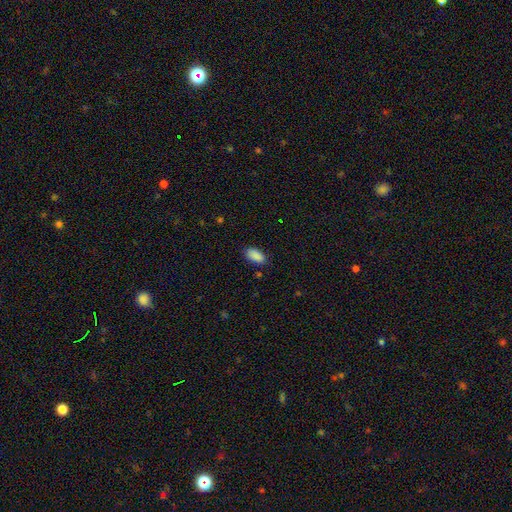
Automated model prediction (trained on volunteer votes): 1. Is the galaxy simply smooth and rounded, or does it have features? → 90% smooth, 7% star or artifact, 3% featured or disk.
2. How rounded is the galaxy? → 94% in between, 3% round, 3% cigar-shaped.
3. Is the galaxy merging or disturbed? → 84% none, 12% minor disturbance, 3% major disturbance, 1% merger.